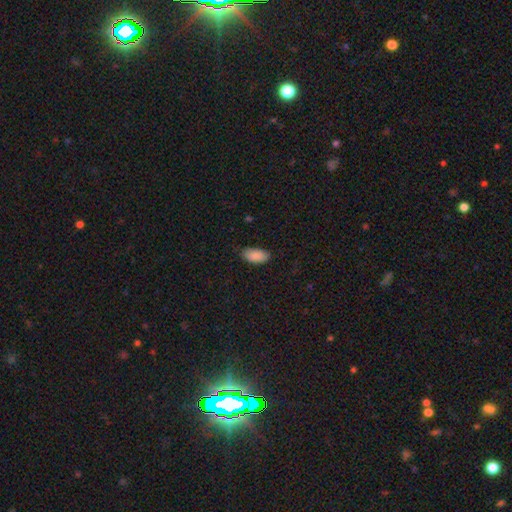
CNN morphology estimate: Smooth or featured?
  - smooth: 89% *
  - star or artifact: 7%
  - featured or disk: 4%
How rounded?
  - in between: 94% *
  - cigar-shaped: 4%
  - round: 2%
Merging?
  - none: 81% *
  - minor disturbance: 15%
  - major disturbance: 2%
  - merger: 1%